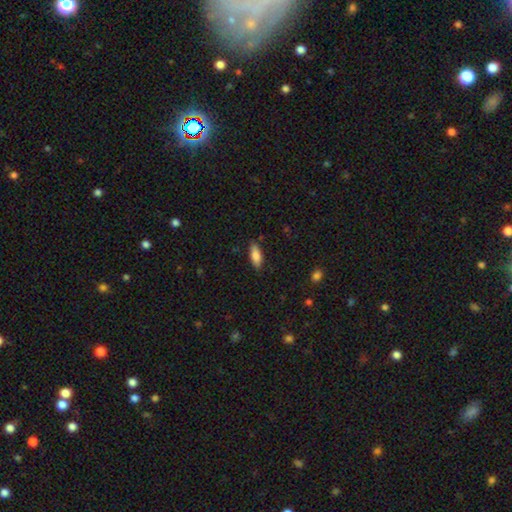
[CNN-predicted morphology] Q: Smooth or featured?
A: smooth (83%); runner-up: featured or disk (10%)
Q: How rounded?
A: in between (71%); runner-up: cigar-shaped (28%)
Q: Merging?
A: none (84%); runner-up: minor disturbance (12%)